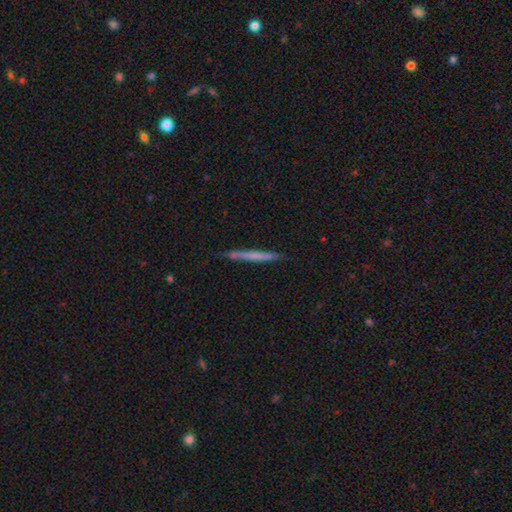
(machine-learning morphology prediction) This appears to be a smooth galaxy with no disk features (53%) that is cigar-shaped (96%). Merging: none (82%).